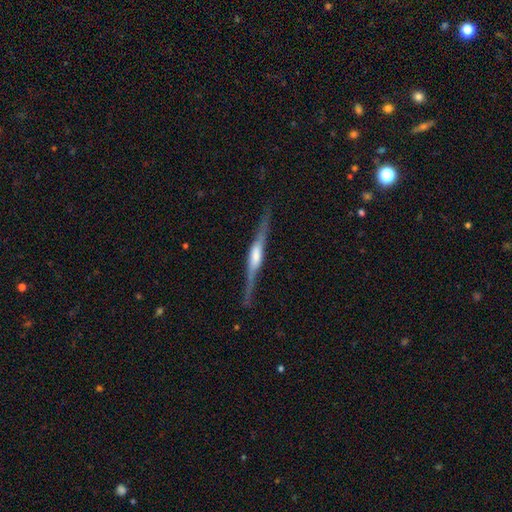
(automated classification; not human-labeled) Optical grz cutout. It shows a featured or disk galaxy (80%) viewed edge-on (96%) with a rounded central bulge (51%). Merging: none (80%).